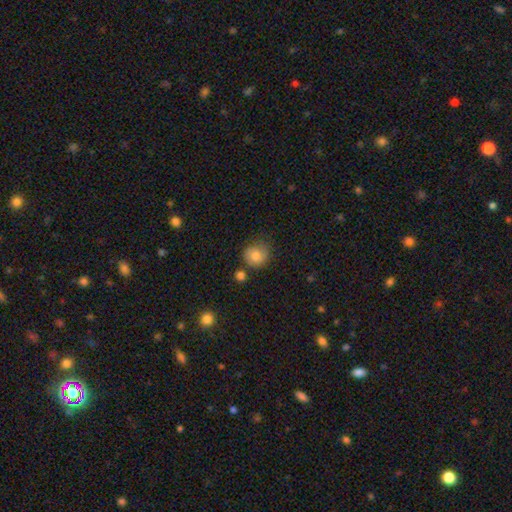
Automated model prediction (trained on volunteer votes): This is likely a smooth galaxy (78%). How rounded: clearly round (85%). Merging: likely none (65%).